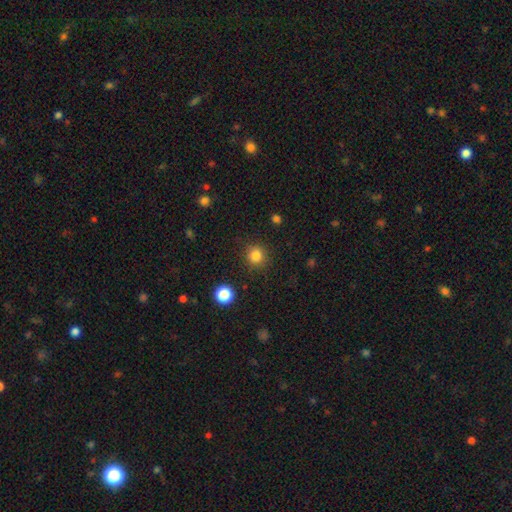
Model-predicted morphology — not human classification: A smooth galaxy with no disk features (84%) that is round (92%). Merging: none (89%).